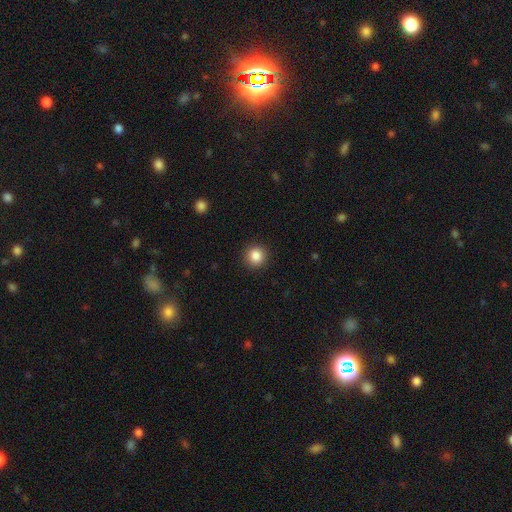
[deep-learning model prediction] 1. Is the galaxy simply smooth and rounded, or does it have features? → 86% smooth, 10% star or artifact, 4% featured or disk.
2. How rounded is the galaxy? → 92% round, 7% in between, 1% cigar-shaped.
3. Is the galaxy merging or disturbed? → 91% none, 6% minor disturbance, 2% major disturbance, 1% merger.